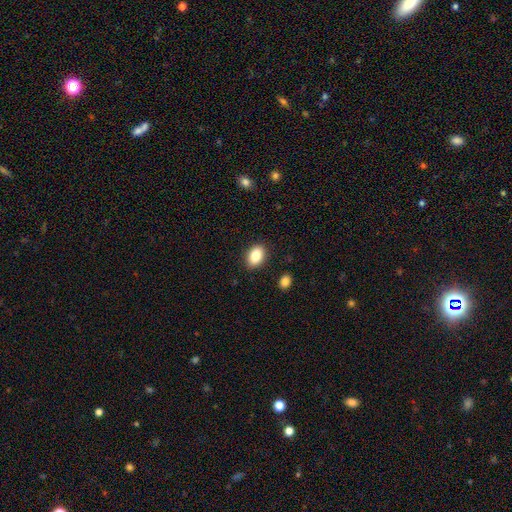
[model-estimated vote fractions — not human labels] Smooth or featured: smooth — 86% (star or artifact — 8%)
How rounded: in between — 85% (round — 14%)
Merging: none — 89% (minor disturbance — 8%)